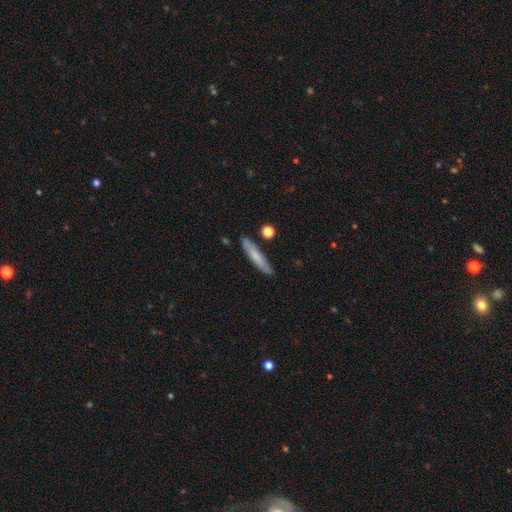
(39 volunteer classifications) Overall: smooth (59%; featured or disk 33%). How rounded: cigar-shaped (100%). Merging: none (89%).